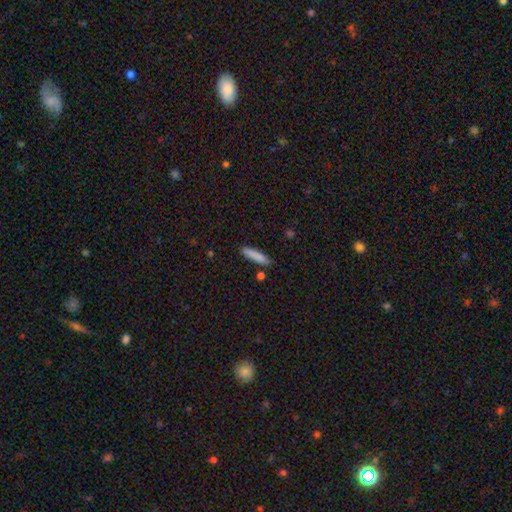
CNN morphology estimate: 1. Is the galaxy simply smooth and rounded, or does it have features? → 84% smooth, 9% featured or disk, 7% star or artifact.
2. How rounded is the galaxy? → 86% cigar-shaped, 12% in between, 1% round.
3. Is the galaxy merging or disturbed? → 84% none, 10% minor disturbance, 4% merger, 2% major disturbance.